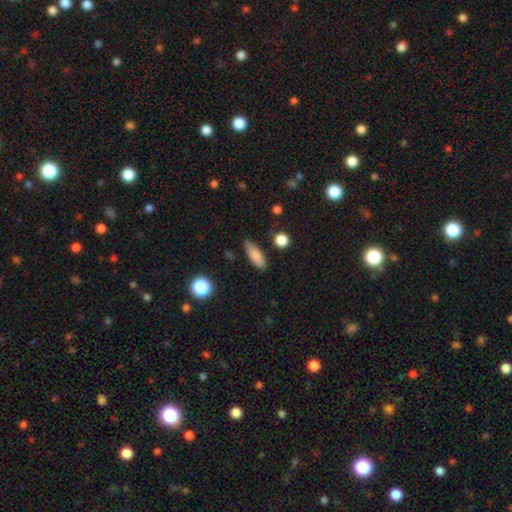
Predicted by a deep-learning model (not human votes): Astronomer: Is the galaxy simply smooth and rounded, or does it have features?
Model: smooth — 84%.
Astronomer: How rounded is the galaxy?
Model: in between — 65%.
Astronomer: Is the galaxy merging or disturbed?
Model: none — 81%.